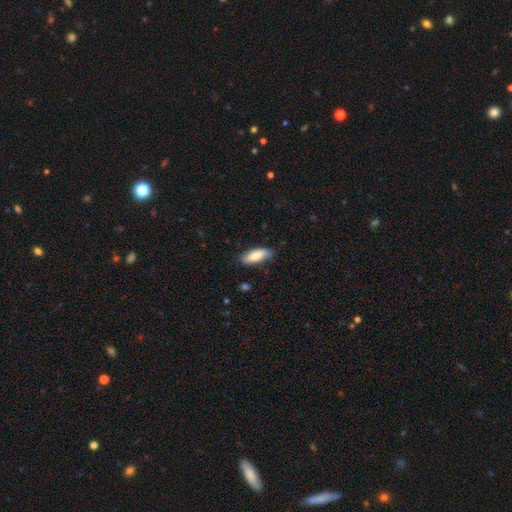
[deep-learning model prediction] Smooth or featured: smooth — 77% (featured or disk — 17%)
How rounded: in between — 69% (cigar-shaped — 29%)
Merging: none — 80% (minor disturbance — 16%)